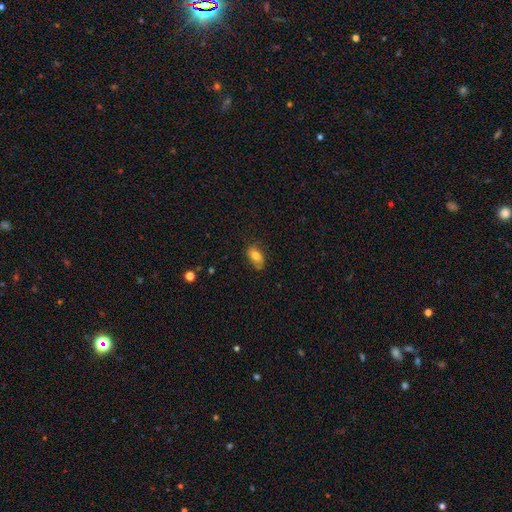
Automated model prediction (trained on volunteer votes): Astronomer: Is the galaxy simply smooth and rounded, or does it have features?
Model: smooth — 77%.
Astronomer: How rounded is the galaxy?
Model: in between — 88%.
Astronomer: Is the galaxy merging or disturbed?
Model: none — 72%.